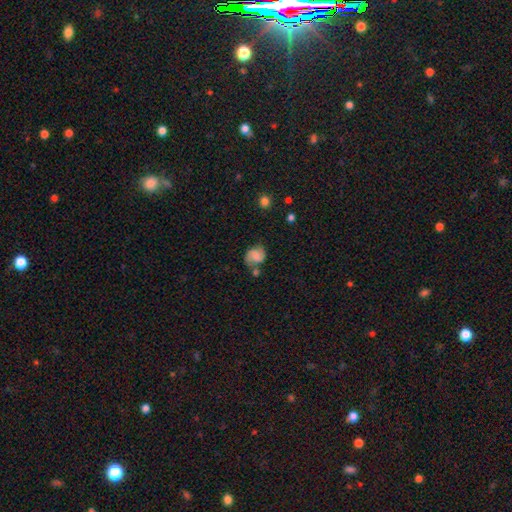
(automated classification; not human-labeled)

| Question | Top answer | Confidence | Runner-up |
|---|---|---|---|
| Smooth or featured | featured or disk | 46% | smooth (44%) |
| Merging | none | 56% | minor disturbance (21%) |